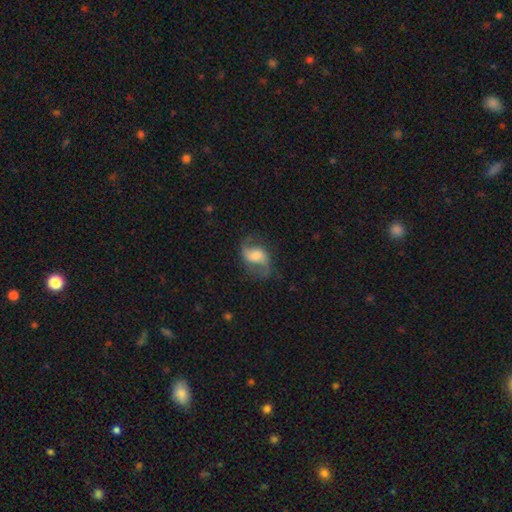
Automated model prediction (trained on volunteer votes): A featured or disk galaxy (71%) with a weak bar (44%), 2 (89%) loose (59%) spiral arms (93%) and a moderate central bulge (44%). Merging: none (69%).